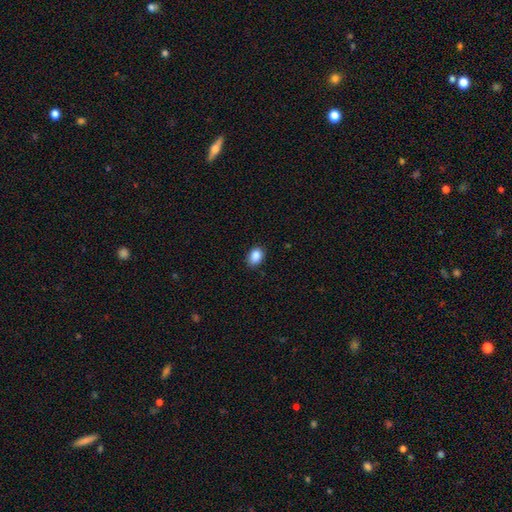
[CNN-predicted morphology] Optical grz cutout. It shows a smooth galaxy with no disk features (88%) that is in between round and cigar-shaped (77%). Merging: none (85%).